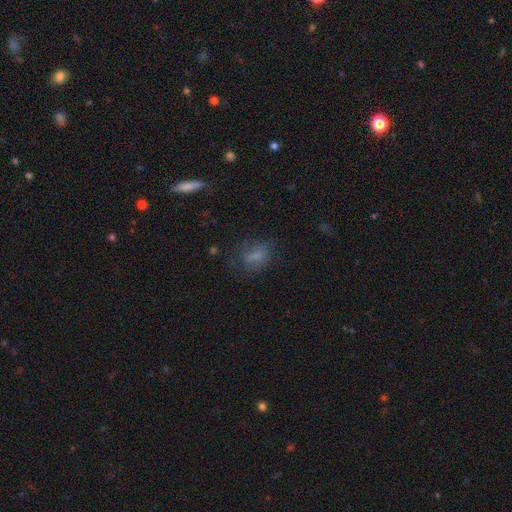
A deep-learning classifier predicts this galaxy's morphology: A smooth galaxy with no disk features (65%) that is in between round and cigar-shaped (72%). Merging: none (57%).